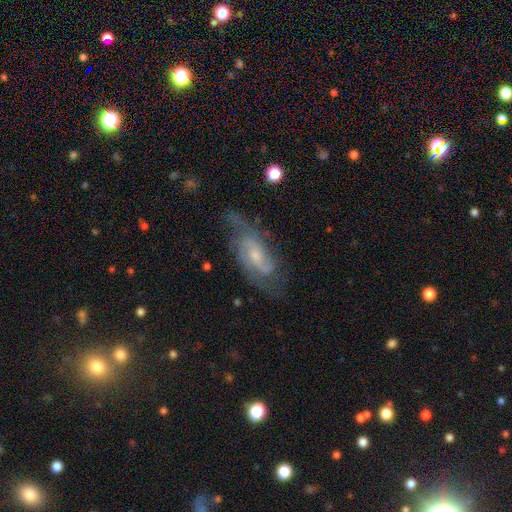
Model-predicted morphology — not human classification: Smooth or featured? Predicted: featured or disk (p=0.81). Edge-on disk? Predicted: no (p=0.93). Bar? Predicted: no (p=0.53). Spiral arms? Predicted: yes (p=0.94). Spiral winding? Predicted: medium (p=0.46). Spiral arm count? Predicted: 2 (p=0.54). Bulge size? Predicted: small (p=0.49). Merging? Predicted: none (p=0.64).